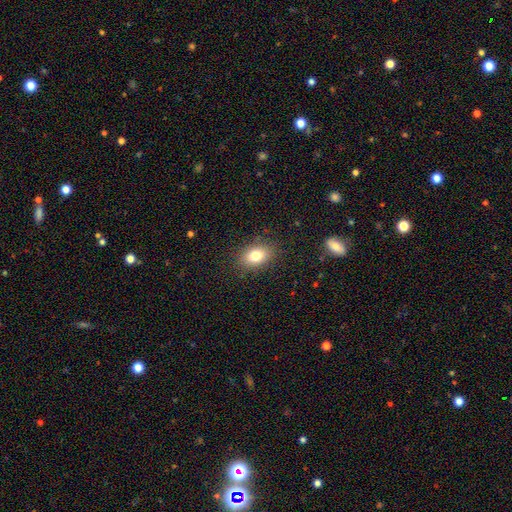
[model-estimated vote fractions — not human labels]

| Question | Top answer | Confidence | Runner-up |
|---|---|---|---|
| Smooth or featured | smooth | 80% | featured or disk (11%) |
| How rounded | in between | 82% | round (16%) |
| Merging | none | 85% | minor disturbance (10%) |